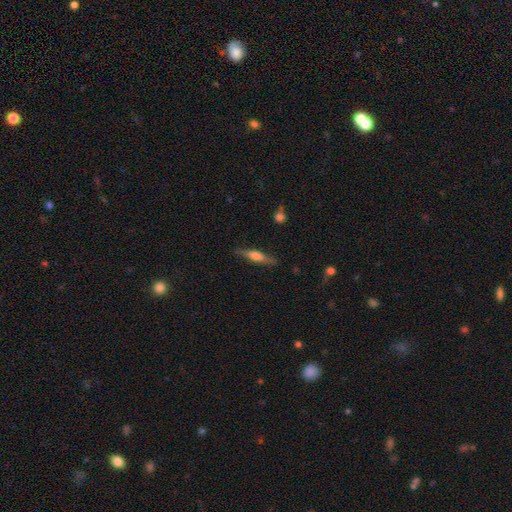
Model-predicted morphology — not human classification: Smooth or featured: featured or disk — 56% (smooth — 37%)
Edge-on disk: yes — 95% (no — 5%)
Edge-on bulge: rounded — 74% (boxy — 20%)
Merging: none — 83% (minor disturbance — 12%)